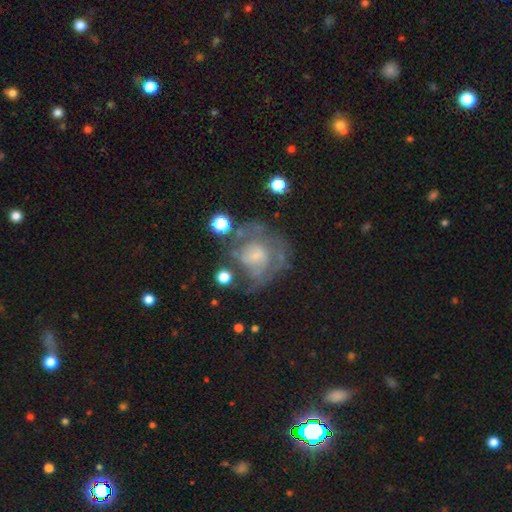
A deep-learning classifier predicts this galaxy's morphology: This is likely a featured or disk galaxy (61%). It is clearly not viewed edge-on (98%). Bar: likely no (72%). Spiral arm pattern: possibly yes (57%). Central bulge: marginally small (42%). Merging: marginally none (44%).